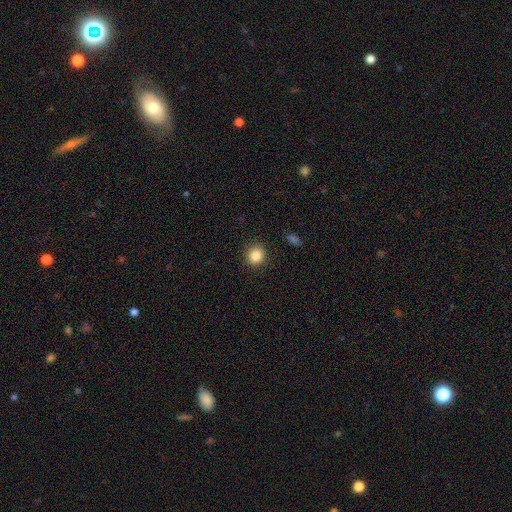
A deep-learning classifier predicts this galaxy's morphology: A smooth galaxy with no disk features (86%) that is round (80%).

Vote fractions:
- Smooth or featured? smooth: 86% / star or artifact: 10% / featured or disk: 4%
- How rounded? round: 80% / in between: 19% / cigar-shaped: 1%
- Merging? none: 89% / minor disturbance: 7% / major disturbance: 2% / merger: 1%